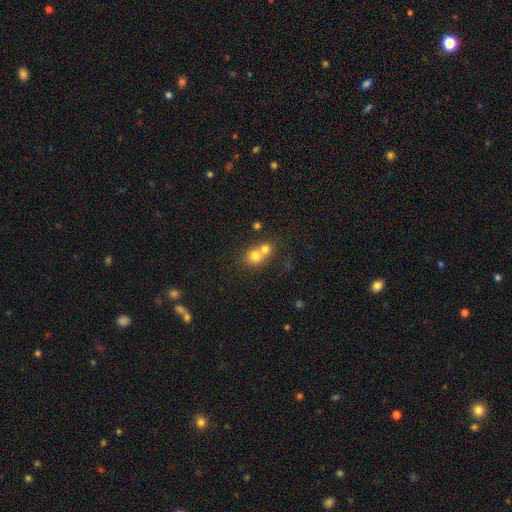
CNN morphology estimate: The model was most divided on "merging": merger: 65%, none: 28%, minor disturbance: 5%, major disturbance: 3%. More confident: how rounded — round (76%); smooth or featured — smooth (74%).